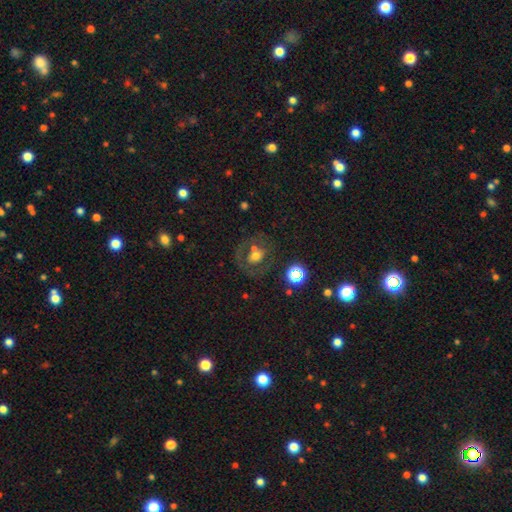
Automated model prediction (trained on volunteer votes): Q: Smooth or featured?
A: featured or disk (44%); runner-up: smooth (40%)
Q: Merging?
A: none (55%); runner-up: minor disturbance (17%)